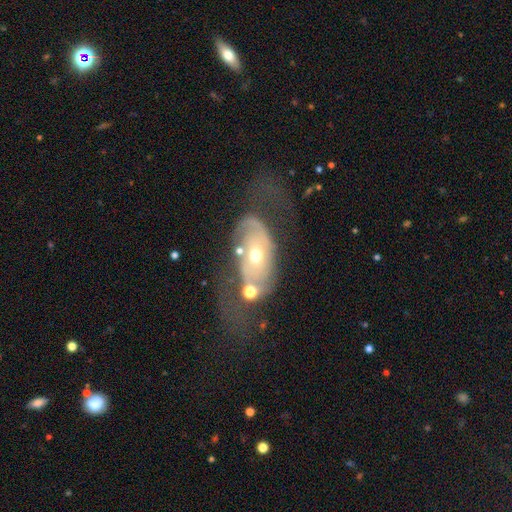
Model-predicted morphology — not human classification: Smooth or featured? featured or disk (67%)
Edge-on disk? no (93%)
Bar? no (77%)
Spiral arms? yes (62%)
Bulge size? moderate (61%)
Merging? major disturbance (36%)